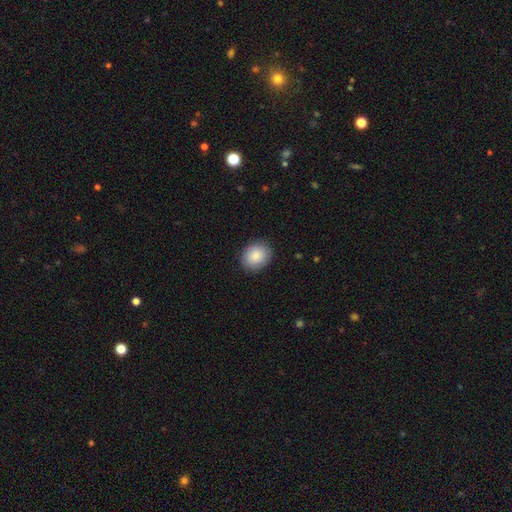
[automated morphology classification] A smooth galaxy with no disk features (87%) that is round (60%).

Vote fractions:
- Smooth or featured? smooth: 87% / star or artifact: 6% / featured or disk: 6%
- How rounded? round: 60% / in between: 39% / cigar-shaped: 1%
- Merging? none: 88% / minor disturbance: 9% / major disturbance: 2% / merger: 1%